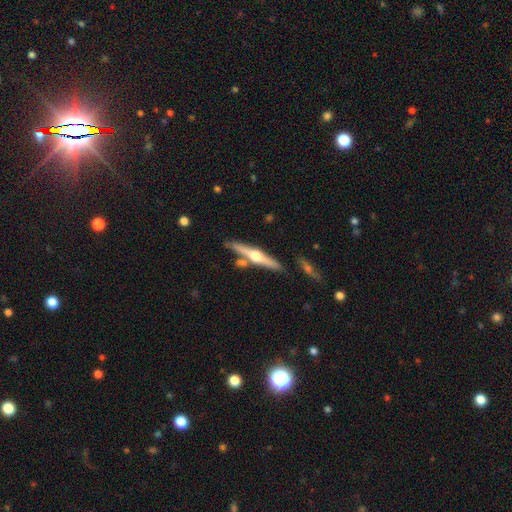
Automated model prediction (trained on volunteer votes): smooth_or_featured: featured or disk (p=0.74) [alt: smooth p=0.20]
disk_edge_on: yes (p=0.97) [alt: no p=0.03]
edge_on_bulge: rounded (p=0.94) [alt: boxy p=0.03]
merging: none (p=0.78) [alt: minor disturbance p=0.10]